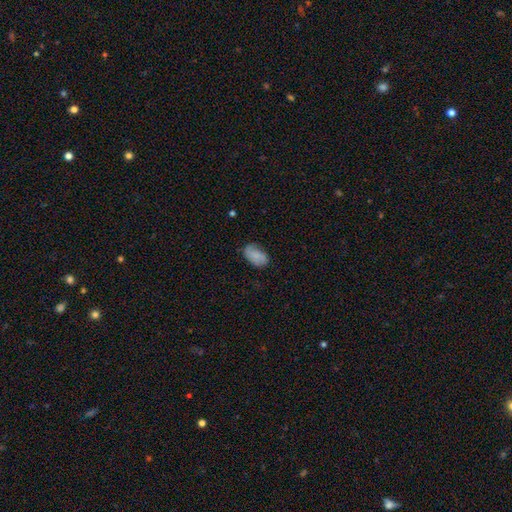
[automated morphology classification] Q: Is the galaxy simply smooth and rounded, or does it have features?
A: smooth — 79%.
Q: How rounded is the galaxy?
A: in between — 92%.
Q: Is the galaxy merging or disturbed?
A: none — 68%.